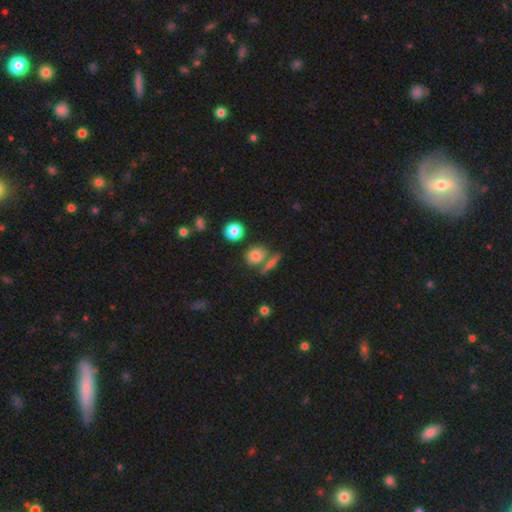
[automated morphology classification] A smooth galaxy with no disk features (77%) that is round (64%). Merging: none (64%).